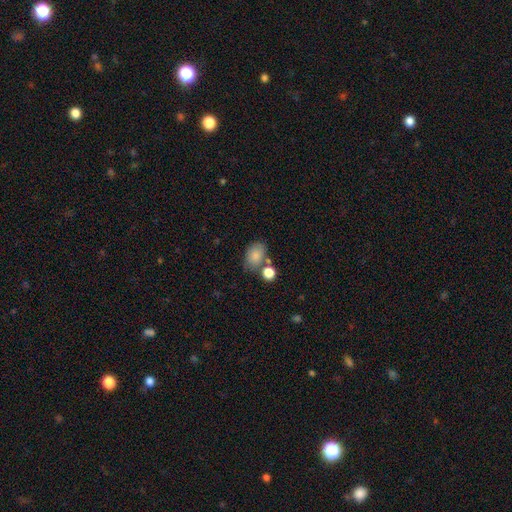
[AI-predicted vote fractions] smooth 82%, star or artifact 9%, featured or disk 9%. Down the decision tree: how rounded — in between (79%); merging — none (59%).